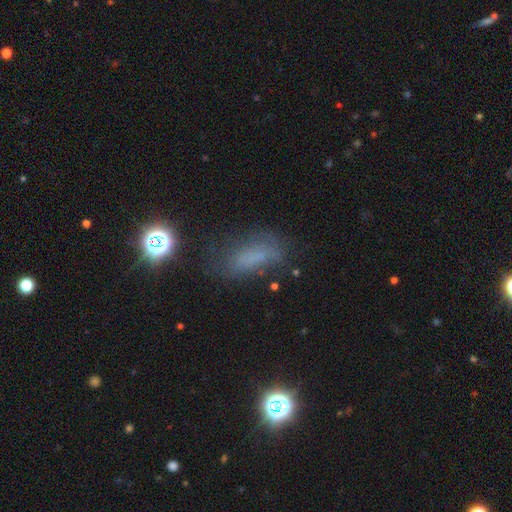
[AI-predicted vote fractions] Morphology: type=smooth (59%); roundness=in between (67%); merging=none (60%).